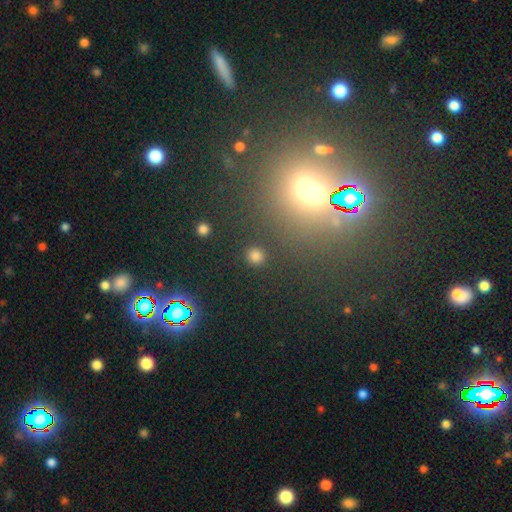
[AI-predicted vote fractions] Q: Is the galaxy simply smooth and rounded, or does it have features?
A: smooth — 70%.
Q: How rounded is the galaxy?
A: round — 87%.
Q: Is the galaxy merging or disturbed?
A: none — 88%.